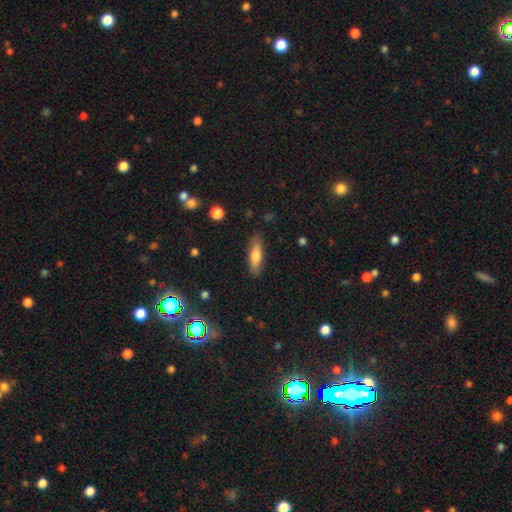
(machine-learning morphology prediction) type=smooth (68%); roundness=cigar-shaped (57%); merging=none (84%).